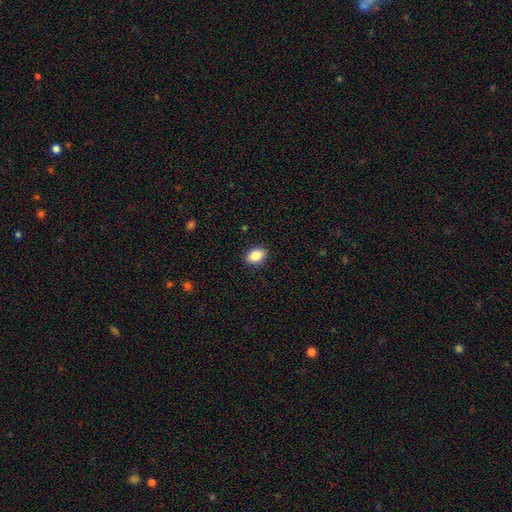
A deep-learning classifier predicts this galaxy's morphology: Smooth or featured?
  - smooth: 86% *
  - star or artifact: 8%
  - featured or disk: 6%
How rounded?
  - in between: 77% *
  - round: 22%
  - cigar-shaped: 1%
Merging?
  - none: 89% *
  - minor disturbance: 8%
  - major disturbance: 2%
  - merger: 1%